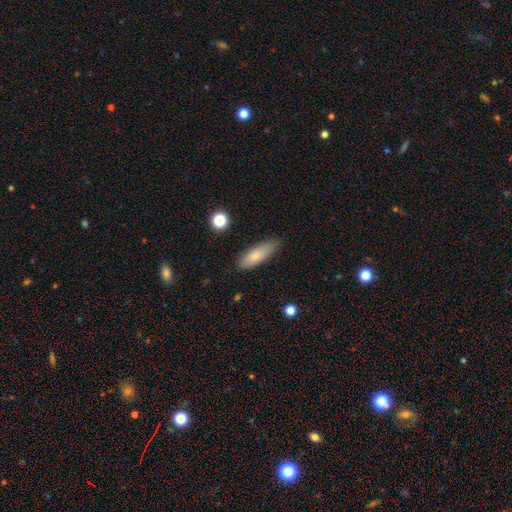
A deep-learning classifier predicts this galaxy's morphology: smooth_or_featured: smooth (p=0.77) [alt: featured or disk p=0.16]
how_rounded: in between (p=0.59) [alt: cigar-shaped p=0.39]
merging: none (p=0.75) [alt: minor disturbance p=0.20]